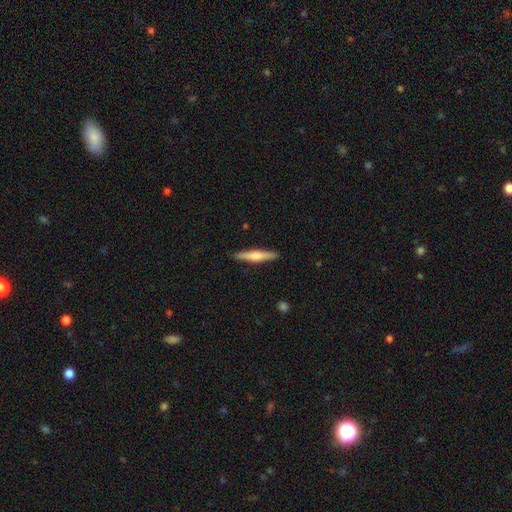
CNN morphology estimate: Smooth or featured? featured or disk (48%)
Merging? none (91%)